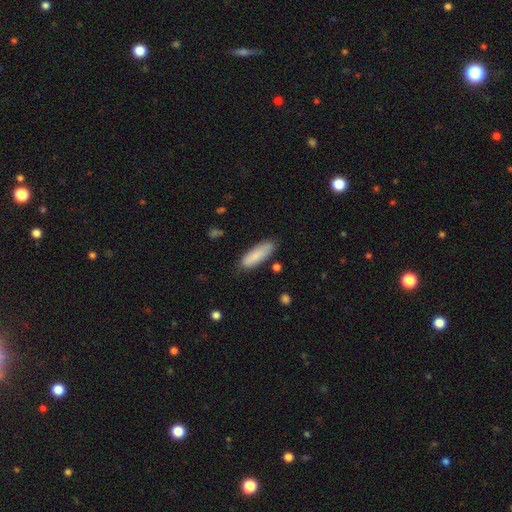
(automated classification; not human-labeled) smooth 86%, featured or disk 8%, star or artifact 6%. Down the decision tree: how rounded — in between (51%); merging — none (82%).